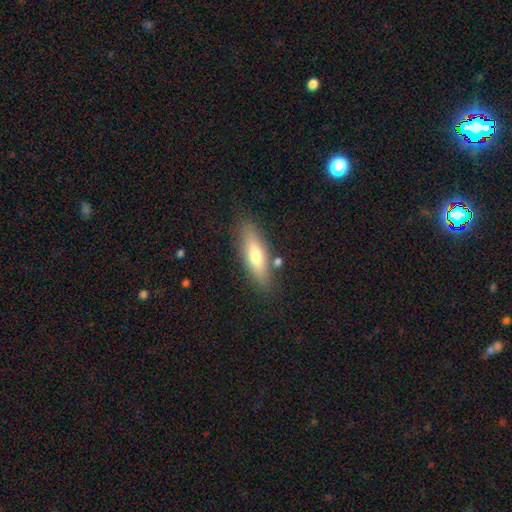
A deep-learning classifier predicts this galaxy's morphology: A smooth galaxy with no disk features (62%) that is cigar-shaped (55%).

Vote fractions:
- Smooth or featured? smooth: 62% / featured or disk: 31% / star or artifact: 7%
- How rounded? cigar-shaped: 55% / in between: 42% / round: 2%
- Merging? none: 81% / minor disturbance: 12% / merger: 4% / major disturbance: 3%